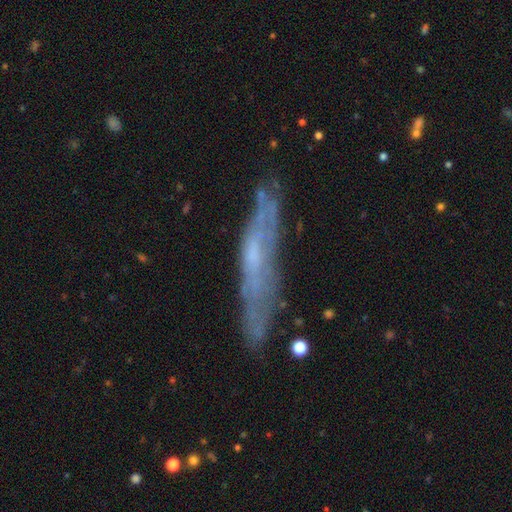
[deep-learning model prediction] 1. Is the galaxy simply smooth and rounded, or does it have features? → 60% featured or disk, 31% smooth, 9% star or artifact.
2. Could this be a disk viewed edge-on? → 67% yes, 33% no.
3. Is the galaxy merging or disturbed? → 74% none, 18% minor disturbance, 5% major disturbance, 3% merger.